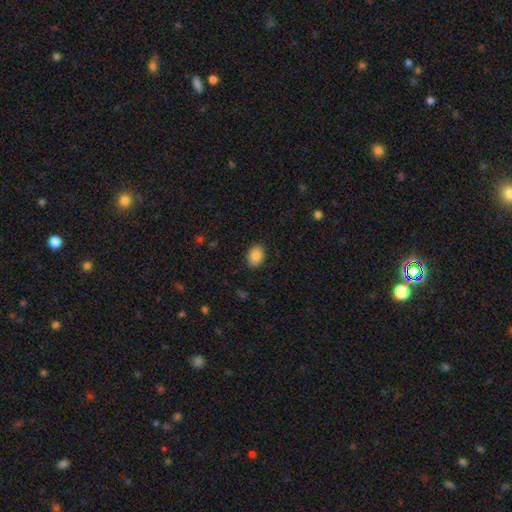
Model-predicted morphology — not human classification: Smooth or featured: smooth — 88% (star or artifact — 8%)
How rounded: in between — 81% (round — 18%)
Merging: none — 88% (minor disturbance — 9%)